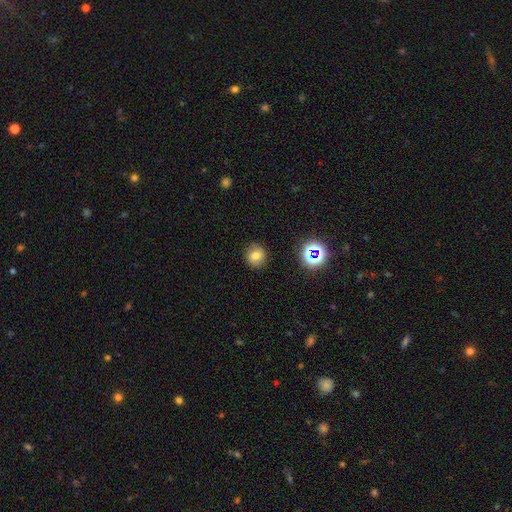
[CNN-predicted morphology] This appears to be a smooth galaxy with no disk features (67%) that is round (85%). Merging: none (87%).